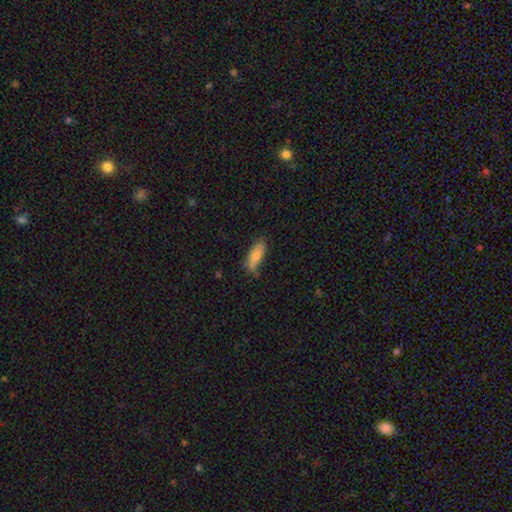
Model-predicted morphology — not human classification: Smooth or featured? Predicted: smooth (p=0.79). How rounded? Predicted: in between (p=0.63). Merging? Predicted: none (p=0.66).